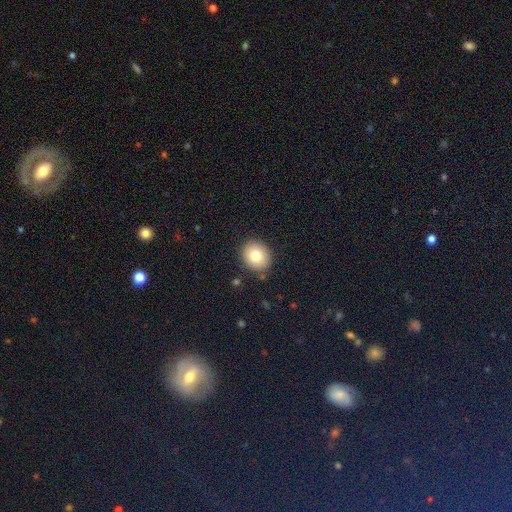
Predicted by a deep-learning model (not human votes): smooth_or_featured: smooth (p=0.78) [alt: featured or disk p=0.12]
how_rounded: round (p=0.73) [alt: in between p=0.26]
merging: none (p=0.88) [alt: minor disturbance p=0.08]